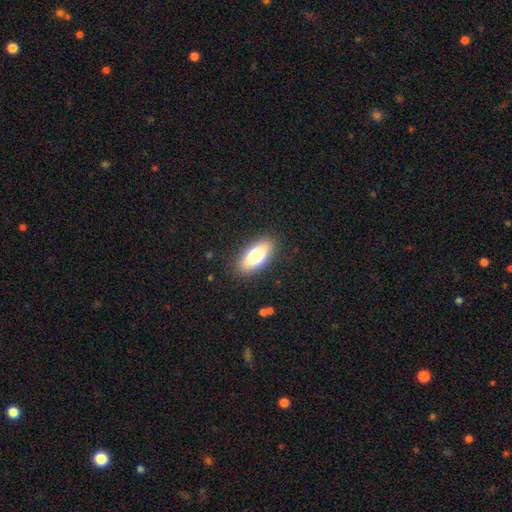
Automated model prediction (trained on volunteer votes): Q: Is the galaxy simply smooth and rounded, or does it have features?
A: smooth — 76%.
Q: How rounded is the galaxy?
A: in between — 82%.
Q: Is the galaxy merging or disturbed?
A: none — 87%.